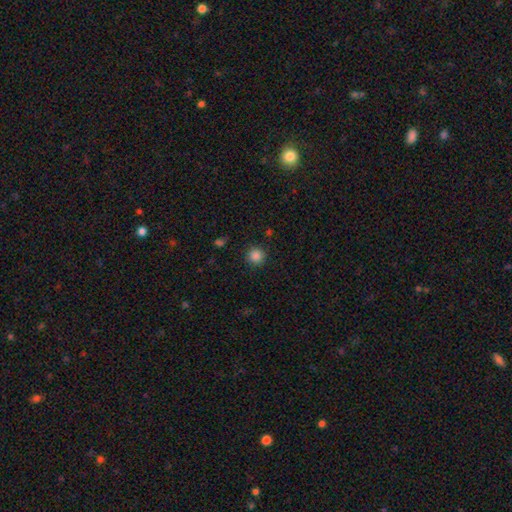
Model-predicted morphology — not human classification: Smooth or featured? Predicted: smooth (p=0.85). How rounded? Predicted: round (p=0.95). Merging? Predicted: none (p=0.90).